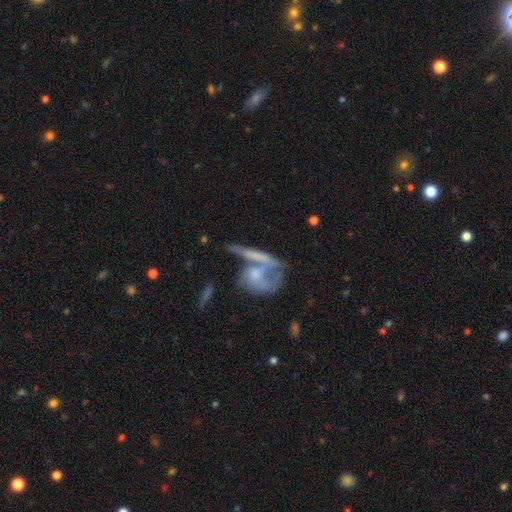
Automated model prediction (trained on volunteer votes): Smooth or featured?
  - featured or disk: 47% *
  - smooth: 45%
  - star or artifact: 8%
Merging?
  - merger: 44% *
  - none: 32%
  - minor disturbance: 12%
  - major disturbance: 12%